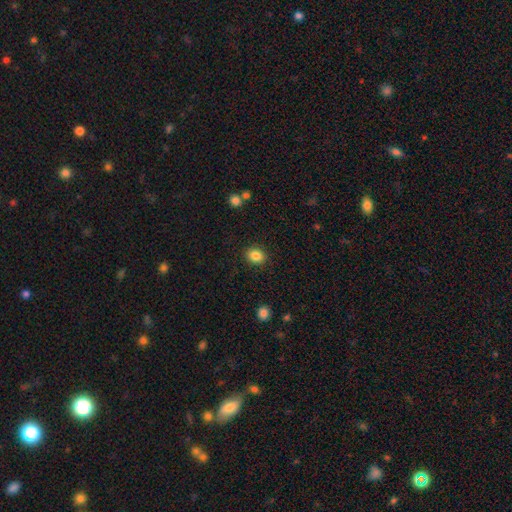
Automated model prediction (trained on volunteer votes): Q: Smooth or featured?
A: smooth (85%); runner-up: star or artifact (10%)
Q: How rounded?
A: round (60%); runner-up: in between (39%)
Q: Merging?
A: none (90%); runner-up: minor disturbance (7%)